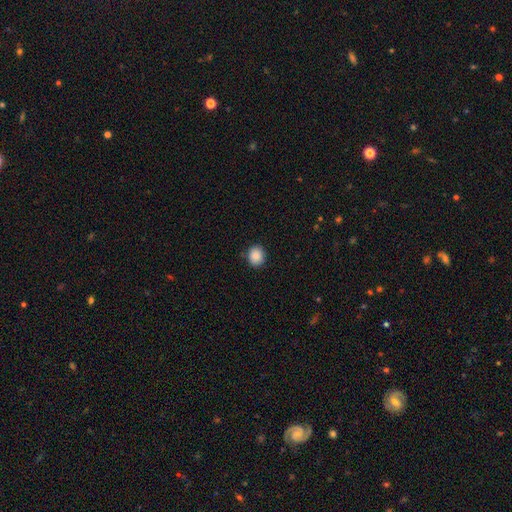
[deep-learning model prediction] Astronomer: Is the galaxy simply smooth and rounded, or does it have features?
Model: smooth — 89%.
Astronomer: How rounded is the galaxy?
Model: round — 76%.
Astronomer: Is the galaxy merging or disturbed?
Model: none — 88%.